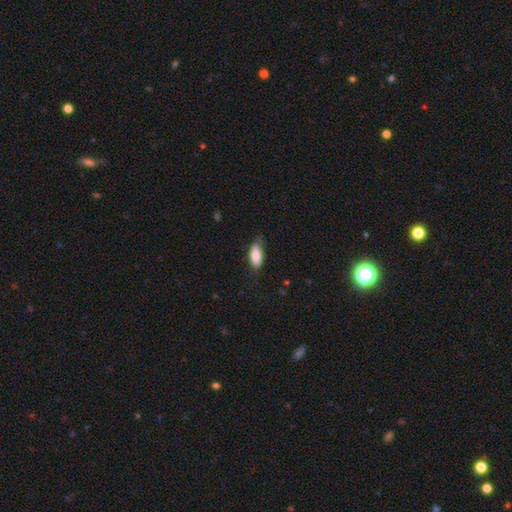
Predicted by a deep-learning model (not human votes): smooth 84%, featured or disk 10%, star or artifact 6%. Down the decision tree: how rounded — in between (84%); merging — none (66%).